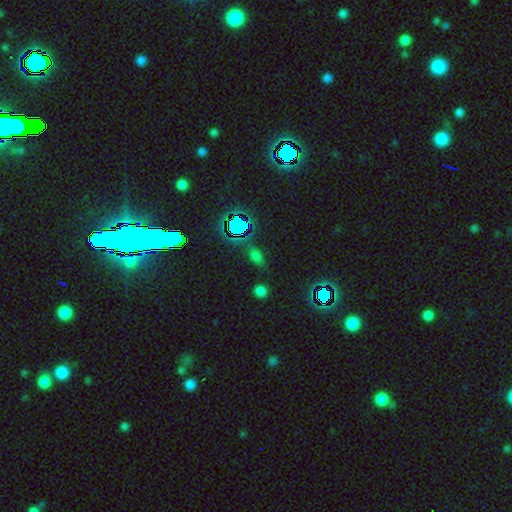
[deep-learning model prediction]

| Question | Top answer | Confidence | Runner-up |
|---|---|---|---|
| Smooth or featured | star or artifact | 44% | smooth (43%) |